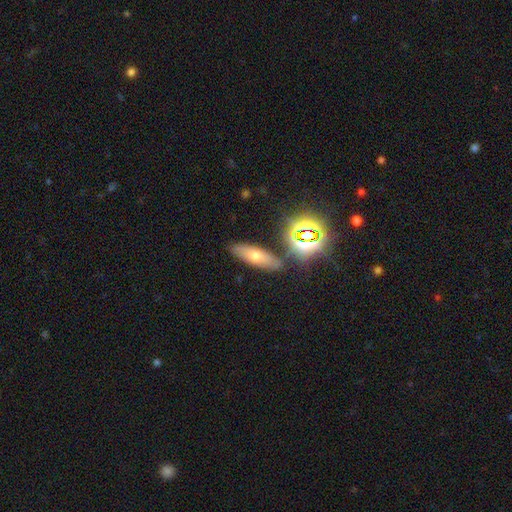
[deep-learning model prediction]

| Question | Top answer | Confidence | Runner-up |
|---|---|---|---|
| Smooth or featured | smooth | 51% | featured or disk (26%) |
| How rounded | in between | 50% | cigar-shaped (42%) |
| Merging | none | 81% | minor disturbance (10%) |